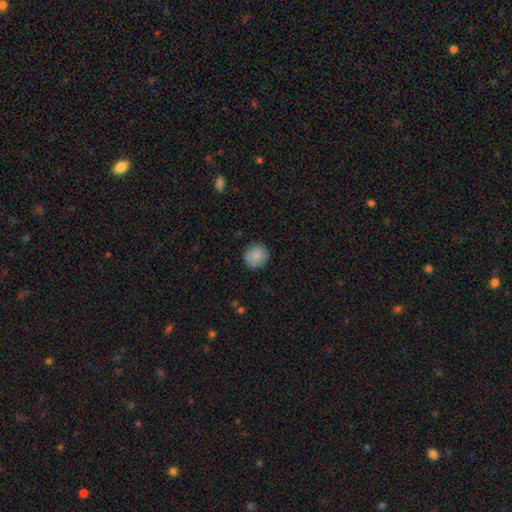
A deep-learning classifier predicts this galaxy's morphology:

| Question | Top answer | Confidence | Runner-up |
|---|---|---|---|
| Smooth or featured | smooth | 87% | star or artifact (7%) |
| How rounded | round | 92% | in between (8%) |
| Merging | none | 87% | minor disturbance (10%) |